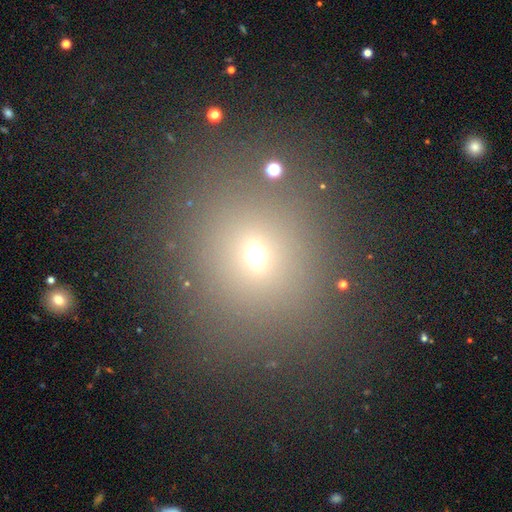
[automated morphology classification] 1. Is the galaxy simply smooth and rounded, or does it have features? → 59% smooth, 29% star or artifact, 11% featured or disk.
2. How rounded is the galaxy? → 67% round, 31% in between, 2% cigar-shaped.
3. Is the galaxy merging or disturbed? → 79% none, 10% minor disturbance, 6% merger, 6% major disturbance.